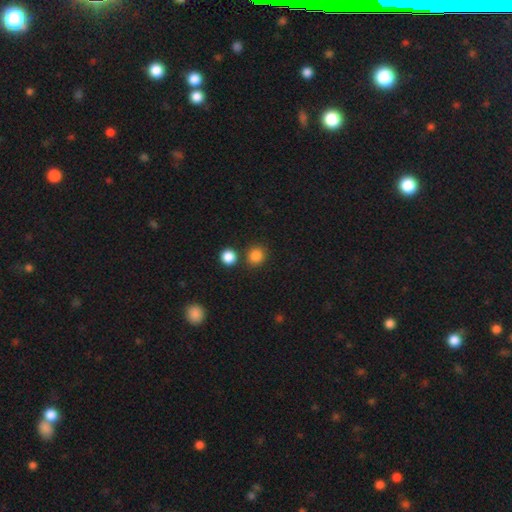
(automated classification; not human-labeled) Q: Smooth or featured?
A: smooth (85%); runner-up: star or artifact (11%)
Q: How rounded?
A: round (86%); runner-up: in between (13%)
Q: Merging?
A: none (81%); runner-up: merger (8%)